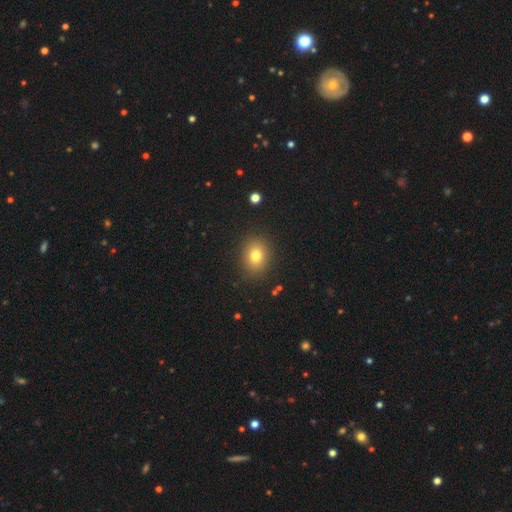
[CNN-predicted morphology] The model was most divided on "how rounded": round: 57%, in between: 42%, cigar-shaped: 1%. More confident: merging — none (88%); smooth or featured — smooth (78%).